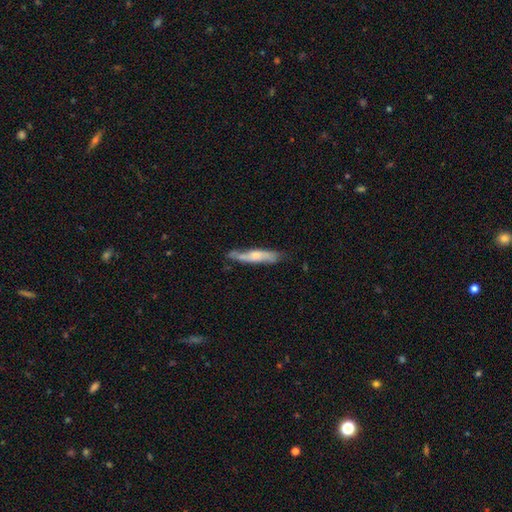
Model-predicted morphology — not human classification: This appears to be a smooth galaxy with no disk features (49%). Merging: none (59%).